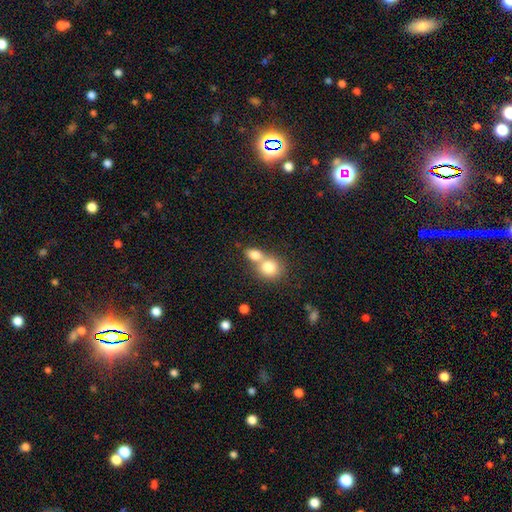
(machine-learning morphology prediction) A smooth galaxy with no disk features (77%) that is round (62%).

Vote fractions:
- Smooth or featured? smooth: 77% / featured or disk: 13% / star or artifact: 10%
- How rounded? round: 62% / in between: 37% / cigar-shaped: 1%
- Merging? merger: 63% / none: 28% / minor disturbance: 6% / major disturbance: 3%